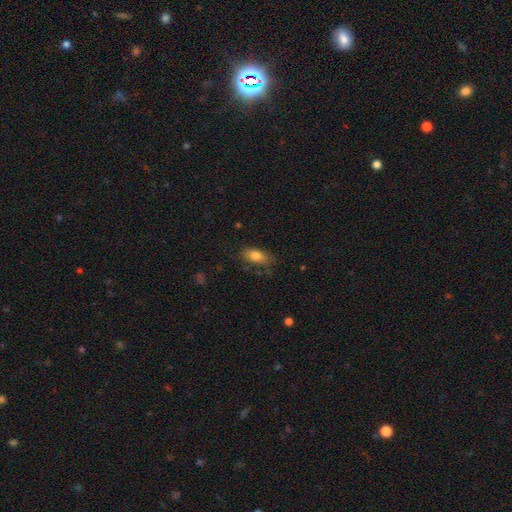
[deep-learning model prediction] This appears to be a smooth galaxy with no disk features (81%) that is in between round and cigar-shaped (85%). Merging: none (73%).